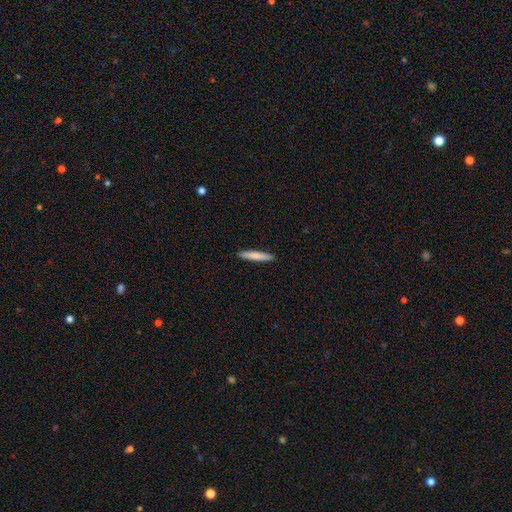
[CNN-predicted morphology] smooth_or_featured: smooth (p=0.80) [alt: featured or disk p=0.15]
how_rounded: cigar-shaped (p=0.94) [alt: in between p=0.05]
merging: none (p=0.92) [alt: minor disturbance p=0.06]